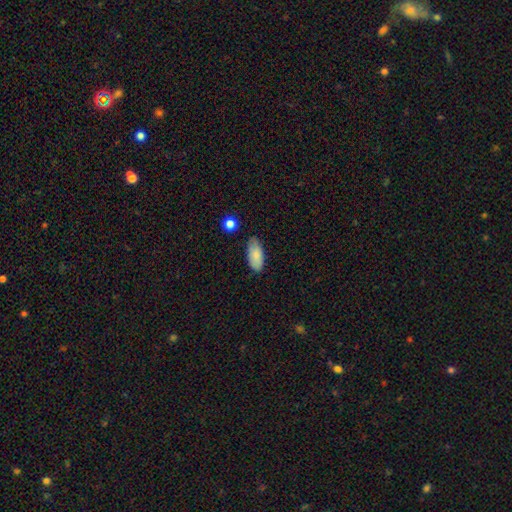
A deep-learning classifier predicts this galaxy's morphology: A smooth galaxy with no disk features (84%) that is in between round and cigar-shaped (90%). Merging: none (75%).